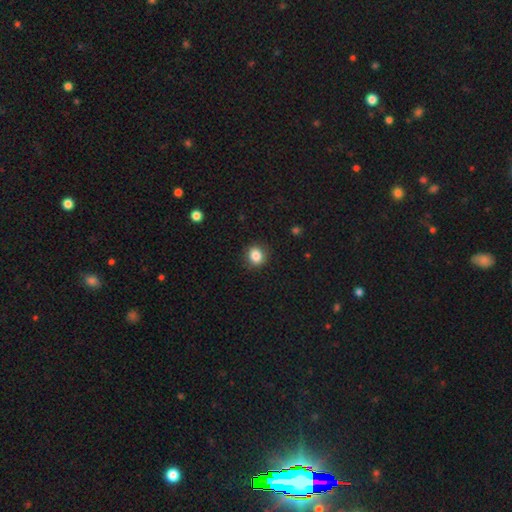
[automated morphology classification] The model was most divided on "how rounded": round: 74%, in between: 25%, cigar-shaped: 1%. More confident: merging — none (89%); smooth or featured — smooth (86%).